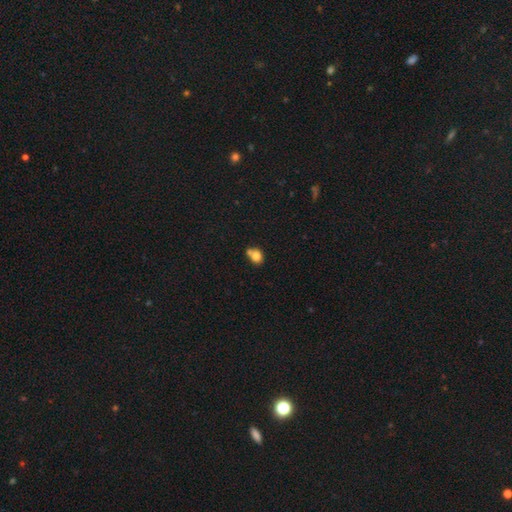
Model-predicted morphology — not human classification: The model was most divided on "merging": none: 44%, merger: 38%, minor disturbance: 13%, major disturbance: 4%. More confident: smooth or featured — smooth (80%); how rounded — round (59%).